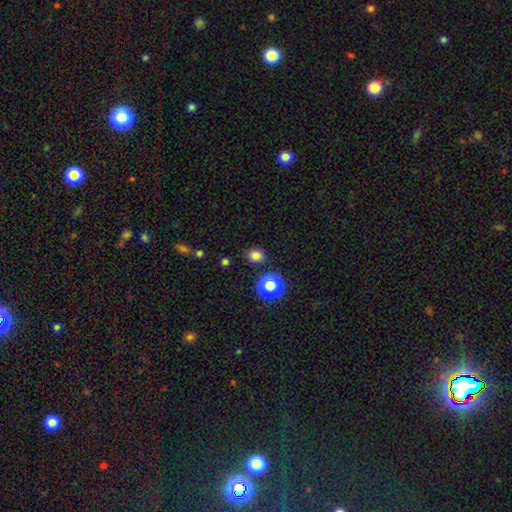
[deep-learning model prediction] smooth-or-featured: smooth: 79% | star or artifact: 17% | featured or disk: 4%
  how-rounded: round: 73% | in between: 26% | cigar-shaped: 1%
  merging: none: 85% | minor disturbance: 9% | merger: 3% | major disturbance: 3%